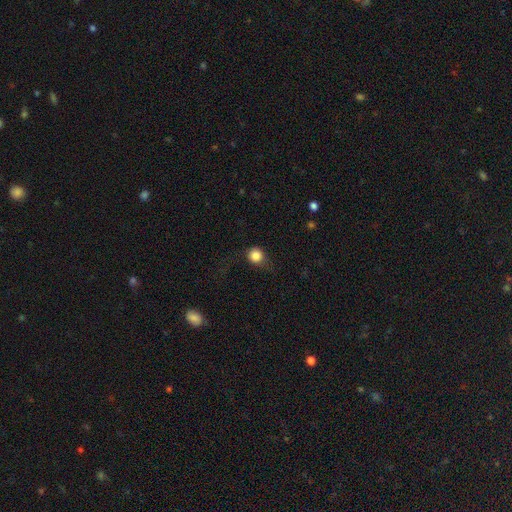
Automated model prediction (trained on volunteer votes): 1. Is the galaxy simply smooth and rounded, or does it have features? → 84% smooth, 11% star or artifact, 5% featured or disk.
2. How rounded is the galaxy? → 90% round, 9% in between, 1% cigar-shaped.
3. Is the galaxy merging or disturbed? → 69% none, 20% minor disturbance, 9% major disturbance, 2% merger.